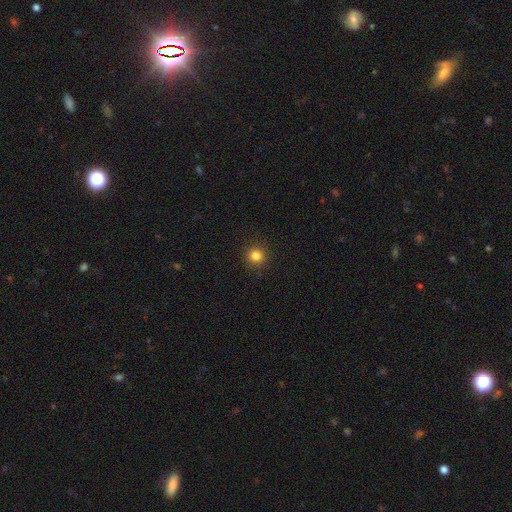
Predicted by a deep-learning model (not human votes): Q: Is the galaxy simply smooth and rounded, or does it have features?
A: smooth — 83%.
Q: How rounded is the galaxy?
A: round — 93%.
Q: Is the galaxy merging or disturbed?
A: none — 91%.